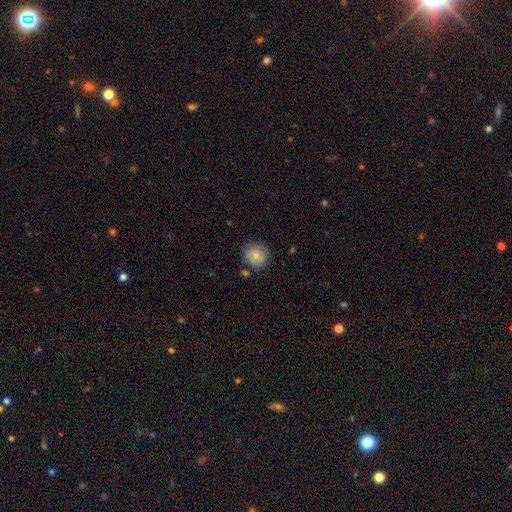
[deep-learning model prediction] Morphology: type=smooth (78%); roundness=round (88%); merging=none (78%).